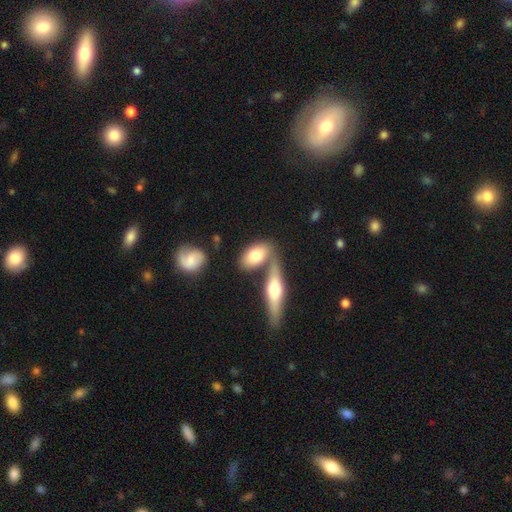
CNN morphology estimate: type=smooth (72%); roundness=in between (85%); merging=none (51%).